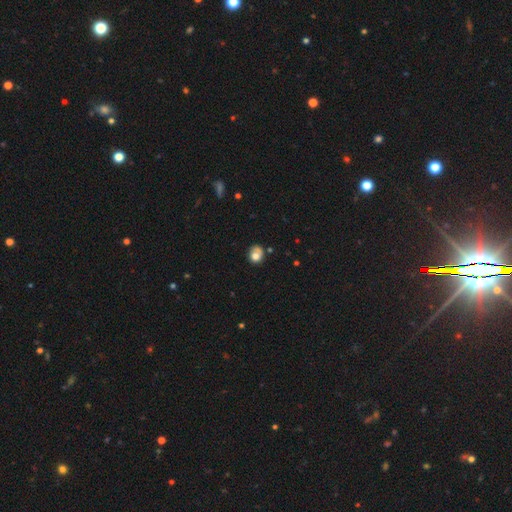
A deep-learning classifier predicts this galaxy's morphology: The model was most divided on "merging": none: 53%, minor disturbance: 24%, major disturbance: 12%, merger: 11%. More confident: smooth or featured — smooth (72%); how rounded — round (70%).